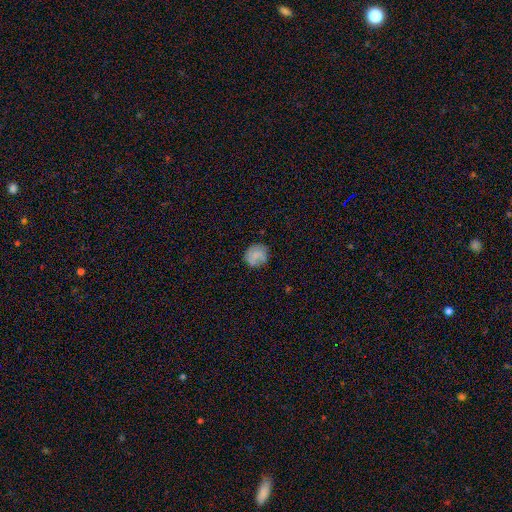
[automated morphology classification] The model was most divided on "merging": none: 68%, minor disturbance: 21%, major disturbance: 8%, merger: 2%. More confident: how rounded — round (80%); smooth or featured — smooth (70%).